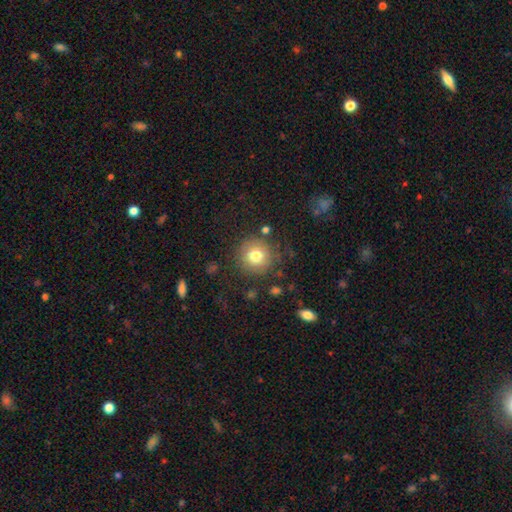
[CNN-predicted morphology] Smooth or featured: smooth — 78% (star or artifact — 11%)
How rounded: round — 93% (in between — 6%)
Merging: none — 82% (minor disturbance — 10%)